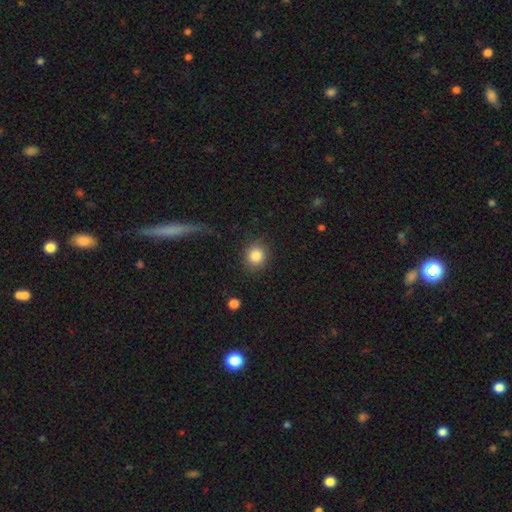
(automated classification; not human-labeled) Smooth or featured?
  - smooth: 86% *
  - star or artifact: 9%
  - featured or disk: 5%
How rounded?
  - round: 82% *
  - in between: 16%
  - cigar-shaped: 1%
Merging?
  - none: 85% *
  - minor disturbance: 10%
  - major disturbance: 4%
  - merger: 2%